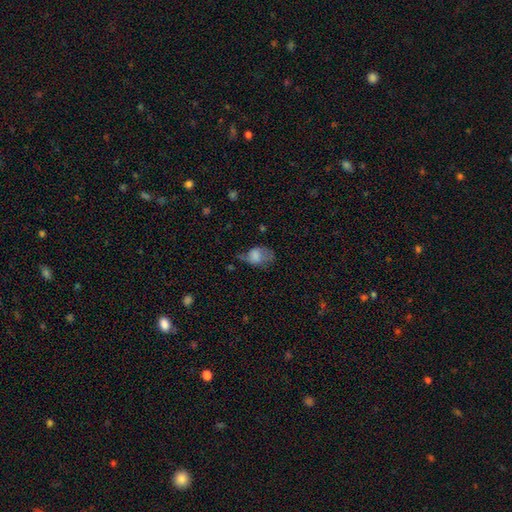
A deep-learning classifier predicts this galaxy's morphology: smooth 66%, featured or disk 23%, star or artifact 10%. Down the decision tree: how rounded — in between (77%); merging — major disturbance (36%).